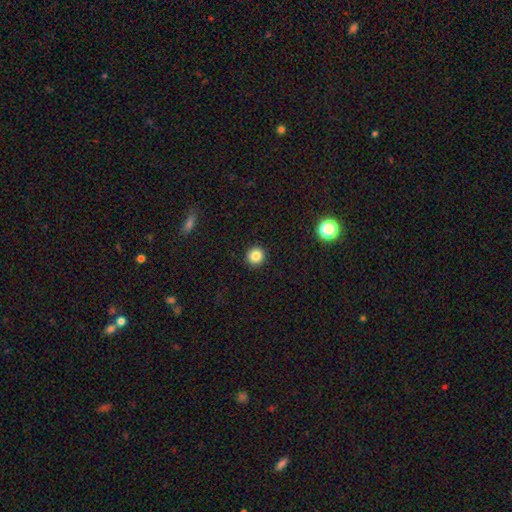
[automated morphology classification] A smooth galaxy with no disk features (83%) that is round (94%).

Vote fractions:
- Smooth or featured? smooth: 83% / star or artifact: 11% / featured or disk: 5%
- How rounded? round: 94% / in between: 5% / cigar-shaped: 1%
- Merging? none: 93% / minor disturbance: 4% / major disturbance: 1% / merger: 1%